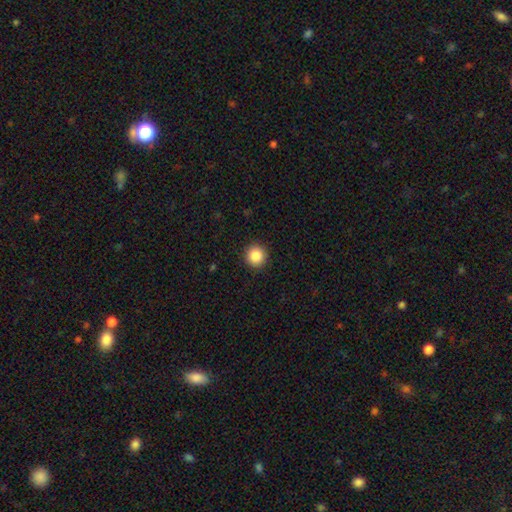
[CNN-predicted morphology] A smooth galaxy with no disk features (86%) that is round (94%).

Vote fractions:
- Smooth or featured? smooth: 86% / star or artifact: 10% / featured or disk: 4%
- How rounded? round: 94% / in between: 5% / cigar-shaped: 1%
- Merging? none: 92% / minor disturbance: 5% / major disturbance: 2% / merger: 1%